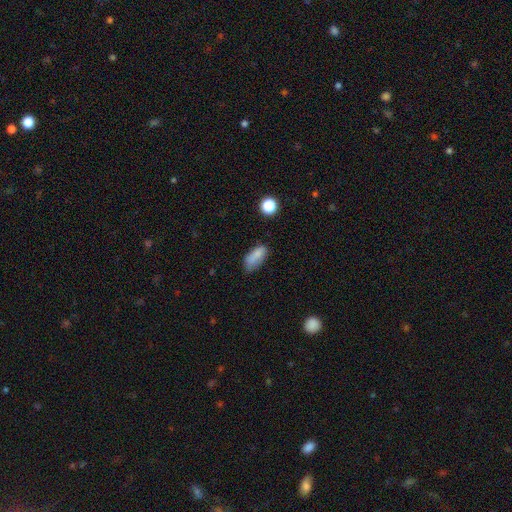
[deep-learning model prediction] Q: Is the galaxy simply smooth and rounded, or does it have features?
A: smooth — 81%.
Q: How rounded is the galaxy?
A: in between — 84%.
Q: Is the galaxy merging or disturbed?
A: none — 57%.